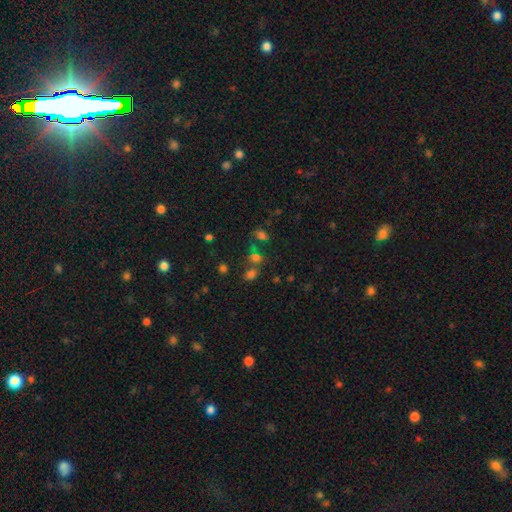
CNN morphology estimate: This is possibly a smooth galaxy (48%). Merging: possibly none (51%).